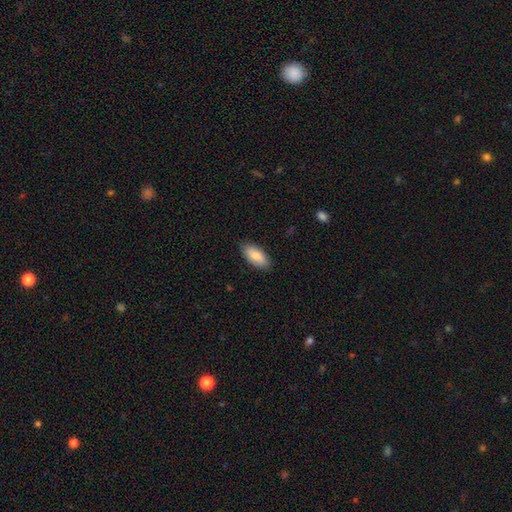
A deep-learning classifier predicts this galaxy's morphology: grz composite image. It shows a smooth galaxy with no disk features (84%) that is in between round and cigar-shaped (90%). Merging: none (85%).